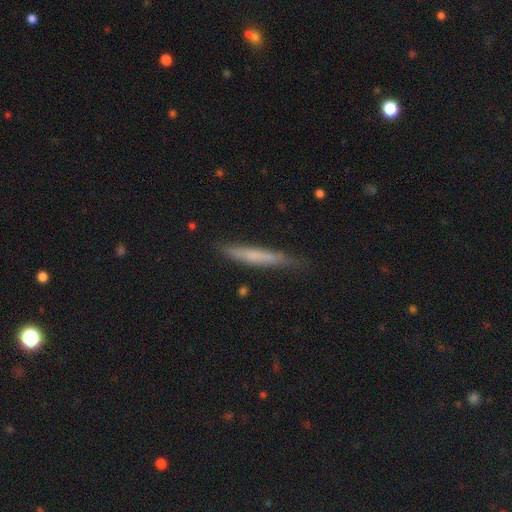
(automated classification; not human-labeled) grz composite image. It shows a smooth galaxy with no disk features (62%) that is cigar-shaped (95%). Merging: none (75%).